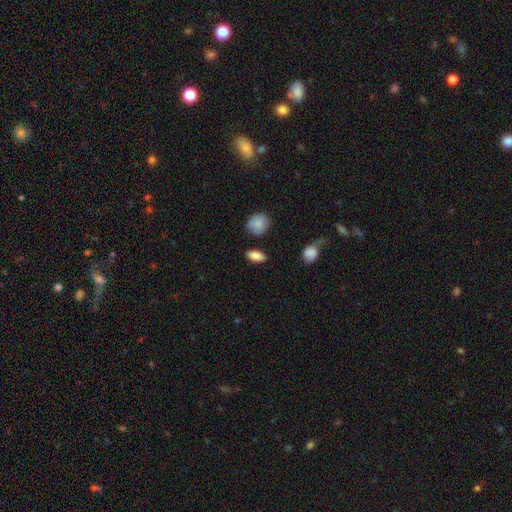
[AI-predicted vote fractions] Q: Smooth or featured?
A: smooth (85%); runner-up: featured or disk (8%)
Q: How rounded?
A: in between (85%); runner-up: cigar-shaped (9%)
Q: Merging?
A: none (81%); runner-up: minor disturbance (13%)